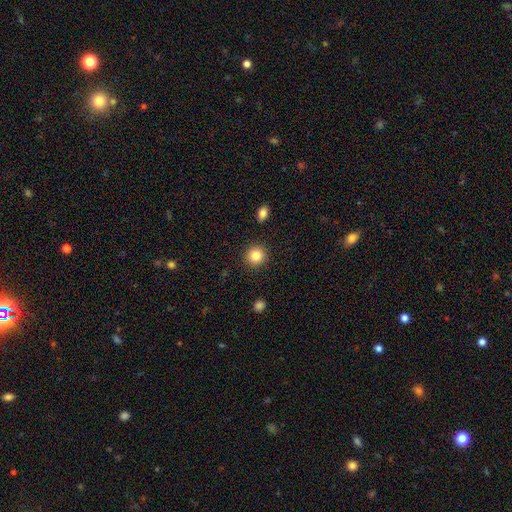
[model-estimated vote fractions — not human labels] This appears to be a smooth galaxy with no disk features (85%) that is round (93%). Merging: none (91%).